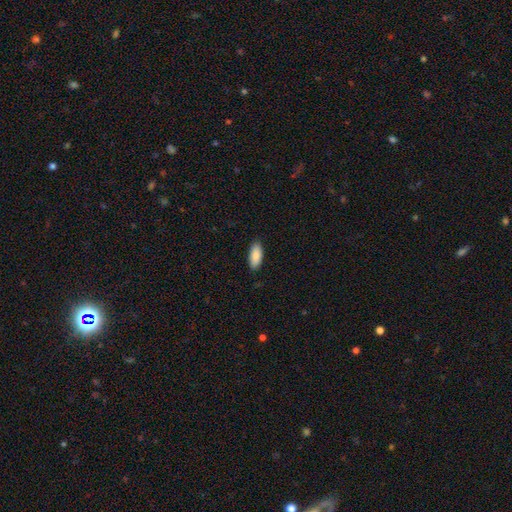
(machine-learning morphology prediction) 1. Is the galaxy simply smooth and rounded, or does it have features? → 88% smooth, 6% featured or disk, 6% star or artifact.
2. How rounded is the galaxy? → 84% in between, 14% cigar-shaped, 2% round.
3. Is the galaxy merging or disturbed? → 89% none, 9% minor disturbance, 2% major disturbance, 1% merger.